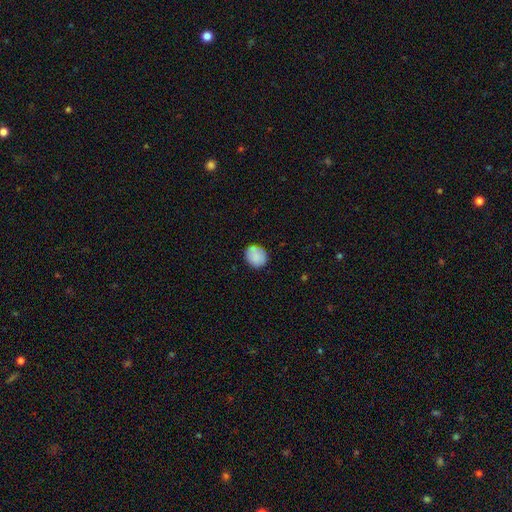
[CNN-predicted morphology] A smooth galaxy with no disk features (86%) that is round (70%).

Vote fractions:
- Smooth or featured? smooth: 86% / star or artifact: 8% / featured or disk: 7%
- How rounded? round: 70% / in between: 29% / cigar-shaped: 1%
- Merging? none: 81% / minor disturbance: 14% / major disturbance: 3% / merger: 2%